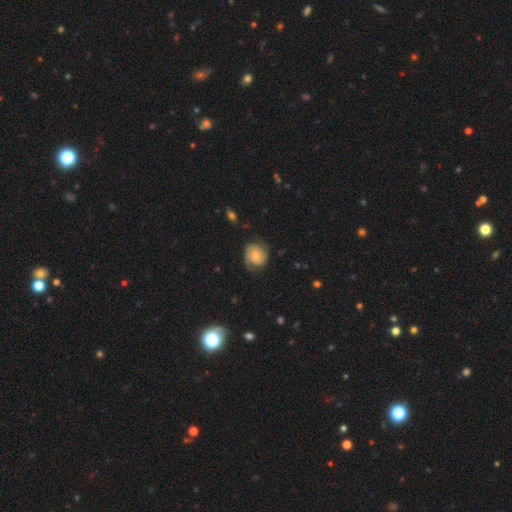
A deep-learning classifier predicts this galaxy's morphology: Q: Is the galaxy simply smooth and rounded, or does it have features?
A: featured or disk — 49%.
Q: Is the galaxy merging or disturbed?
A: none — 65%.